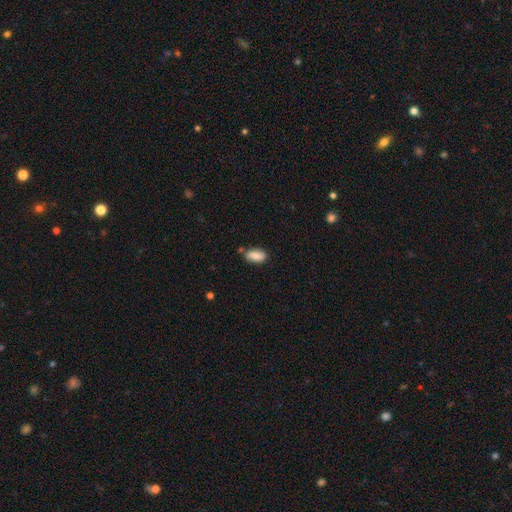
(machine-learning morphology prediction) Smooth or featured? smooth (79%)
How rounded? in between (89%)
Merging? none (77%)